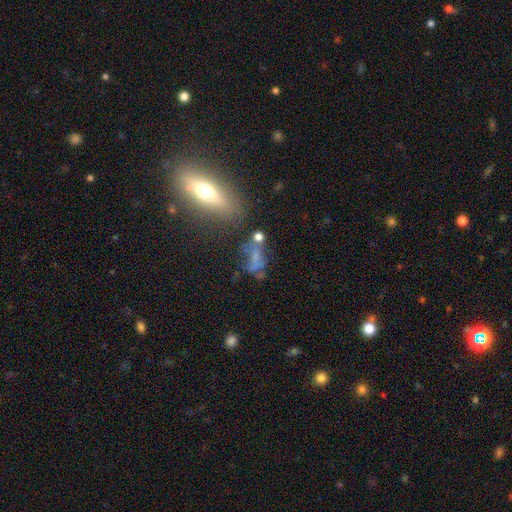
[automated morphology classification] This appears to be a smooth galaxy with no disk features (45%). Merging: none (35%).